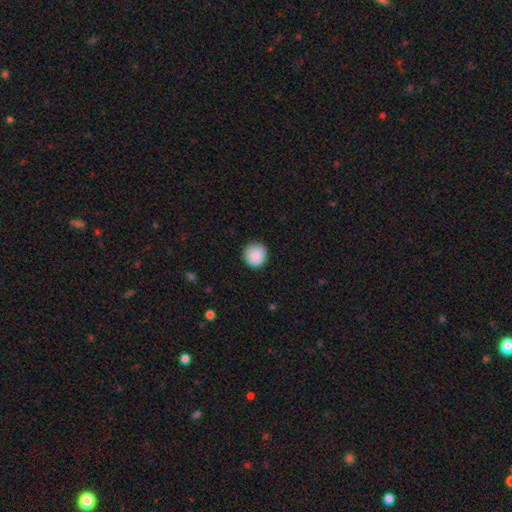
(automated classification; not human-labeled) A smooth galaxy with no disk features (89%) that is round (95%).

Vote fractions:
- Smooth or featured? smooth: 89% / star or artifact: 7% / featured or disk: 4%
- How rounded? round: 95% / in between: 4% / cigar-shaped: 1%
- Merging? none: 89% / minor disturbance: 8% / major disturbance: 2% / merger: 1%